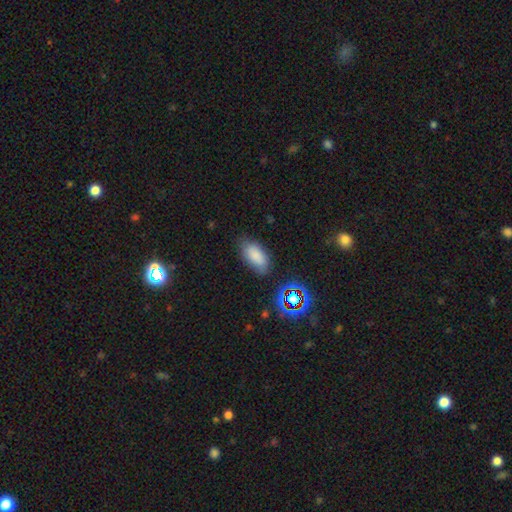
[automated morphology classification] A smooth galaxy with no disk features (79%) that is in between round and cigar-shaped (91%). Merging: none (74%).